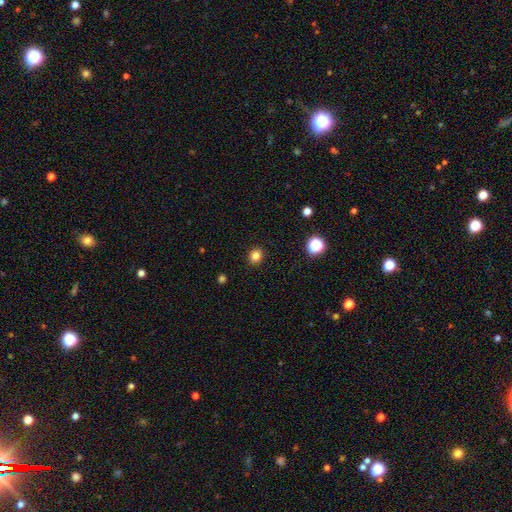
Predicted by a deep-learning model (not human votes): Q: Smooth or featured?
A: smooth (82%); runner-up: star or artifact (13%)
Q: How rounded?
A: round (82%); runner-up: in between (17%)
Q: Merging?
A: none (91%); runner-up: minor disturbance (6%)